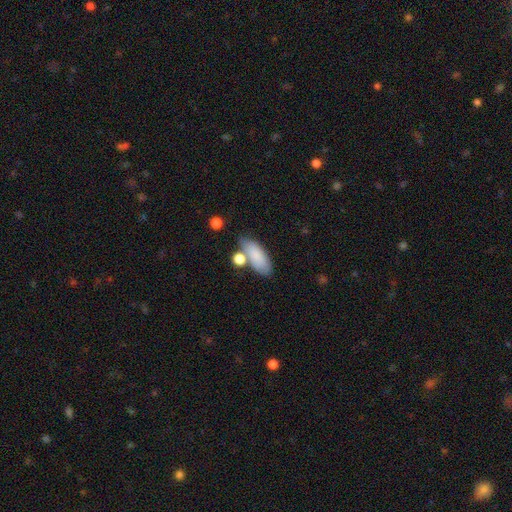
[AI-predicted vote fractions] Smooth or featured: smooth — 82% (featured or disk — 11%)
How rounded: in between — 80% (cigar-shaped — 17%)
Merging: none — 59% (merger — 18%)